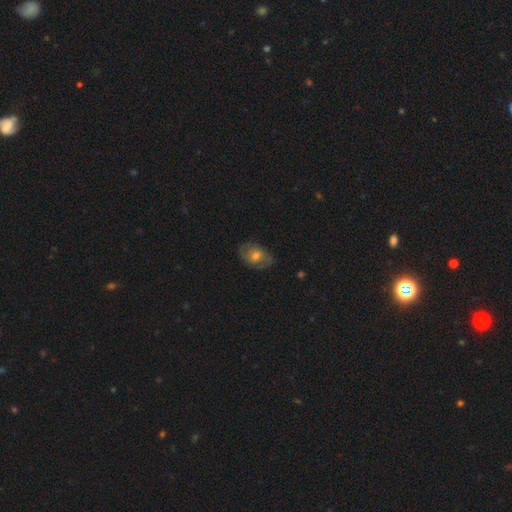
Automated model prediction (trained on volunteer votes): smooth_or_featured: featured or disk (p=0.56) [alt: smooth p=0.35]
disk_edge_on: no (p=0.95) [alt: yes p=0.05]
bar: no (p=0.54) [alt: weak p=0.38]
has_spiral_arms: yes (p=0.75) [alt: no p=0.25]
bulge_size: moderate (p=0.59) [alt: small p=0.32]
merging: none (p=0.74) [alt: minor disturbance p=0.18]